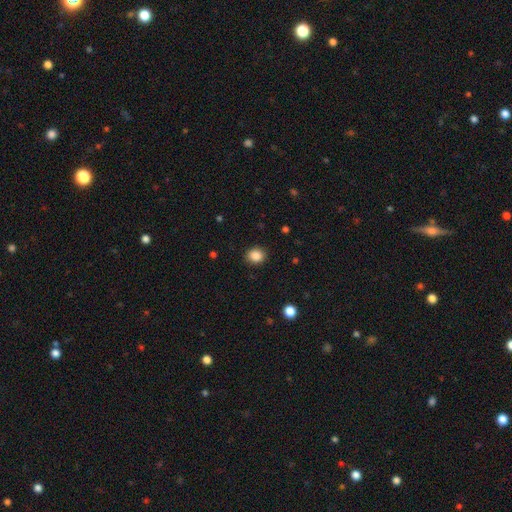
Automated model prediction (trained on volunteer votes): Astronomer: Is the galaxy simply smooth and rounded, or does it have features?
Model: smooth — 87%.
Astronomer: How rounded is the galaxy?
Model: round — 71%.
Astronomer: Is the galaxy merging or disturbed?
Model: none — 89%.